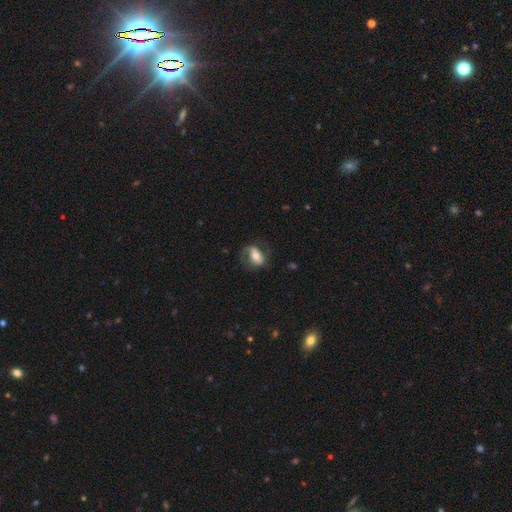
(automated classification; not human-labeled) featured or disk 63%, smooth 30%, star or artifact 7%. Down the decision tree: edge-on disk — no (94%); bar — strong (37%); spiral arms — yes (81%); bulge size — moderate (64%); merging — none (61%).